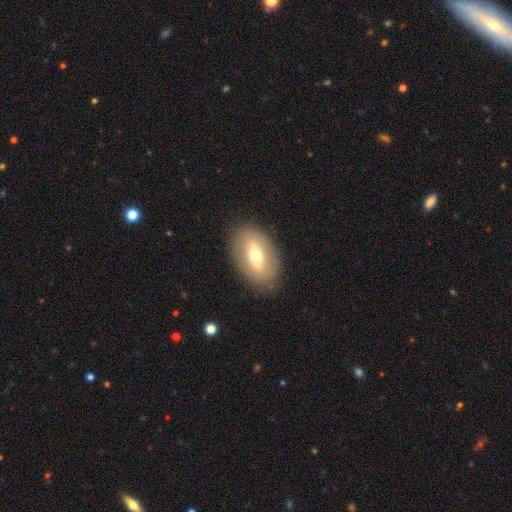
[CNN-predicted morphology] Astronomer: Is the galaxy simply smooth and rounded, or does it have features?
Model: smooth — 54% (runner-up: featured or disk, 39%).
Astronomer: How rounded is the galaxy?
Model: in between — 89%.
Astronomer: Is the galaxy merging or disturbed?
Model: none — 86%.